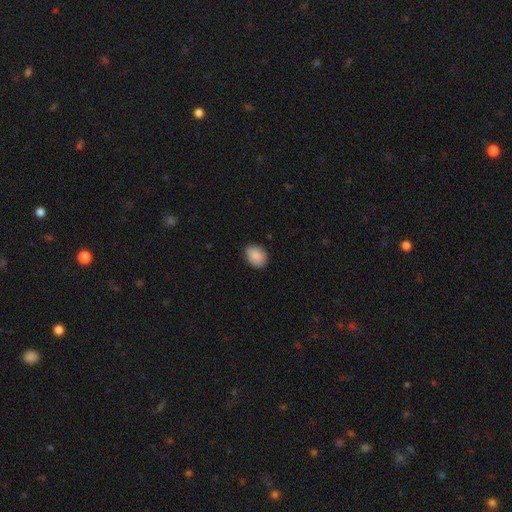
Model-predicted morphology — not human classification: smooth_or_featured: smooth (p=0.89) [alt: star or artifact p=0.07]
how_rounded: in between (p=0.65) [alt: round p=0.34]
merging: none (p=0.84) [alt: minor disturbance p=0.13]